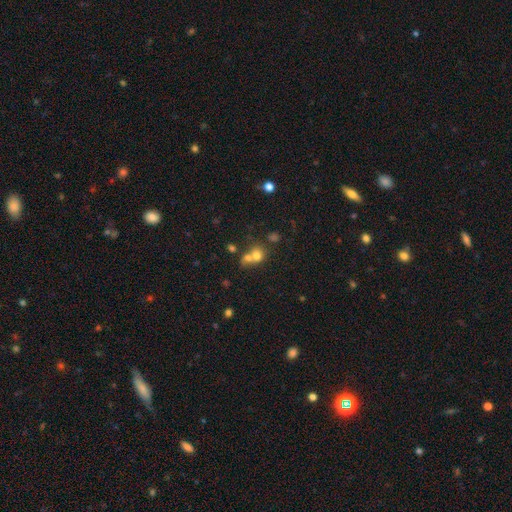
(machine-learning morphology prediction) Overall: smooth (69%). How rounded: round (74%). Merging: merger (56%; none 33%).